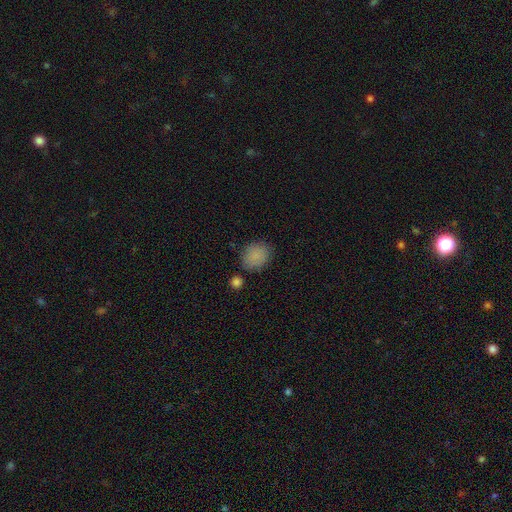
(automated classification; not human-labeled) Q: Smooth or featured?
A: smooth (86%); runner-up: star or artifact (9%)
Q: How rounded?
A: round (59%); runner-up: in between (40%)
Q: Merging?
A: none (76%); runner-up: minor disturbance (14%)